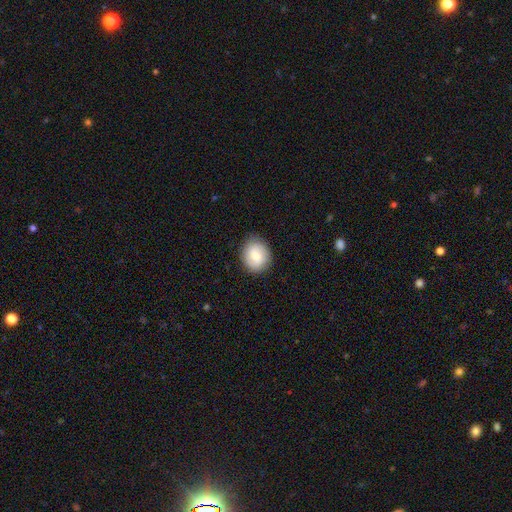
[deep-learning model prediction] This appears to be a smooth galaxy with no disk features (78%) that is round (64%). Merging: none (85%).